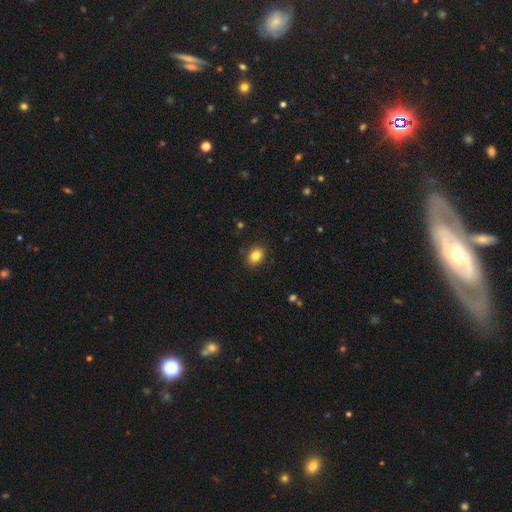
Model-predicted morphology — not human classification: smooth_or_featured: smooth (p=0.84) [alt: star or artifact p=0.10]
how_rounded: in between (p=0.58) [alt: round p=0.41]
merging: none (p=0.88) [alt: minor disturbance p=0.09]